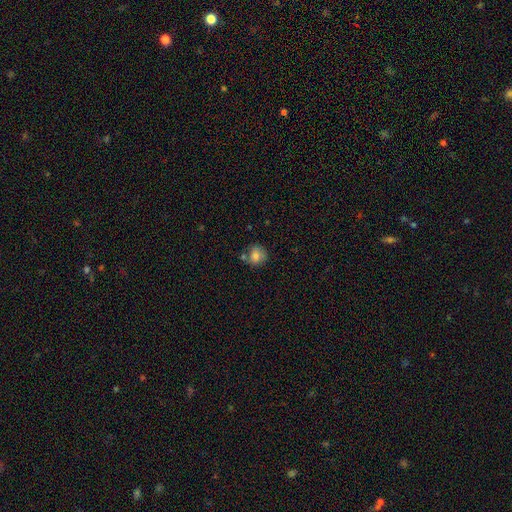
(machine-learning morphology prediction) smooth_or_featured: smooth (p=0.79) [alt: featured or disk p=0.11]
how_rounded: round (p=0.81) [alt: in between p=0.18]
merging: none (p=0.65) [alt: minor disturbance p=0.16]